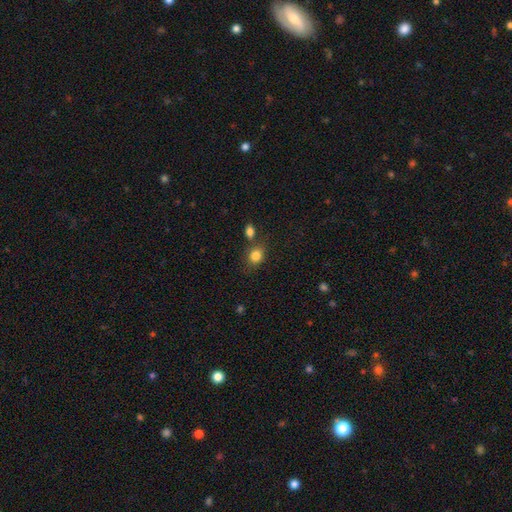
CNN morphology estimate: A smooth galaxy with no disk features (84%) that is round (59%). Merging: none (65%).